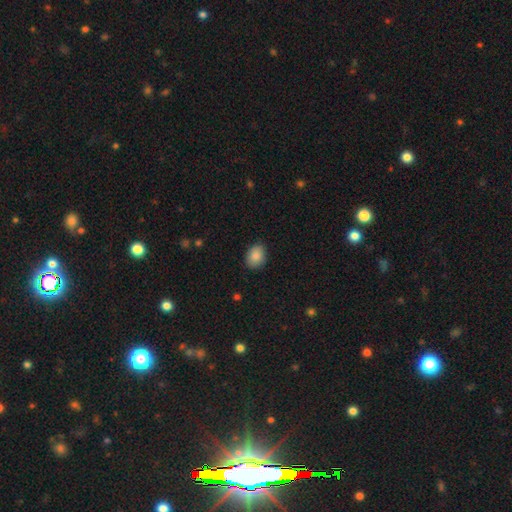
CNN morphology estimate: Smooth or featured? smooth (87%)
How rounded? in between (67%)
Merging? none (83%)